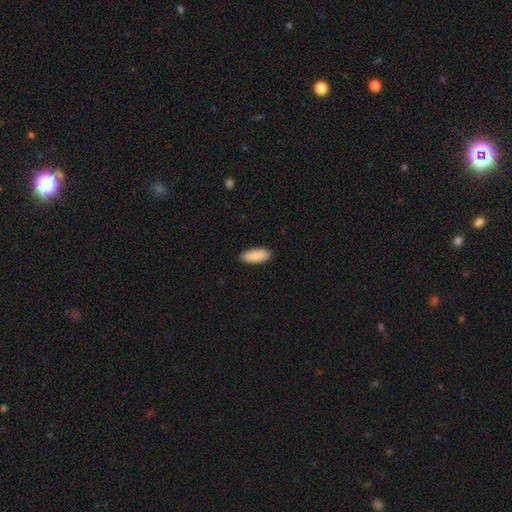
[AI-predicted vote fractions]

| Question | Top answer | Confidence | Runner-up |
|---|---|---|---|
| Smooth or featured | smooth | 89% | featured or disk (6%) |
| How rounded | in between | 83% | cigar-shaped (15%) |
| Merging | none | 89% | minor disturbance (8%) |